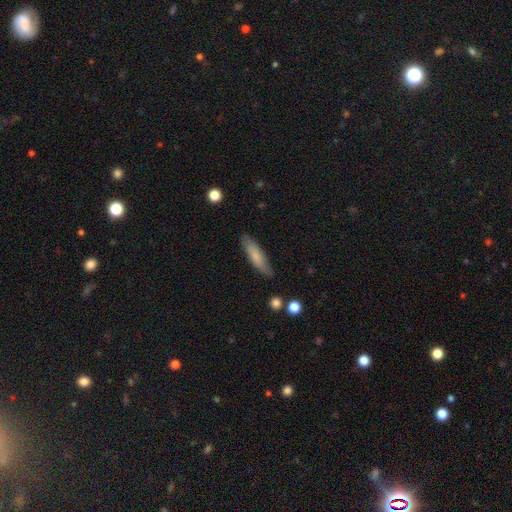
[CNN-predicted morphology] A smooth galaxy with no disk features (74%) that is cigar-shaped (70%). Merging: none (82%).